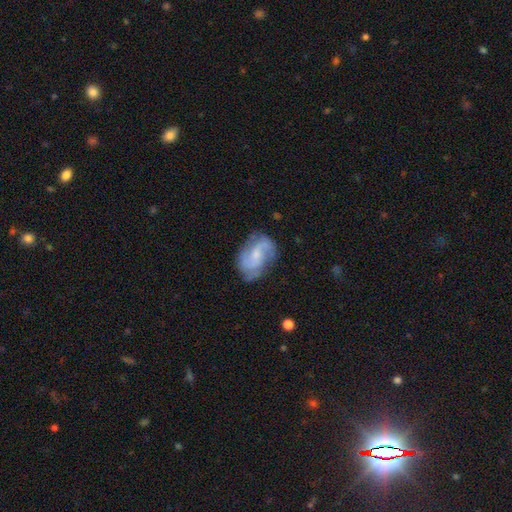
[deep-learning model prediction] Morphology: type=featured or disk (76%); edge-on=no (97%); bar=no (49%); spiral arms=yes (94%); winding=medium (48%); arm count=2 (64%); bulge=small (49%); merging=none (68%).